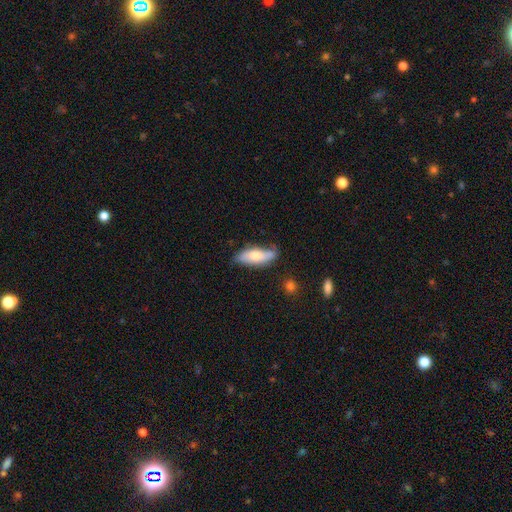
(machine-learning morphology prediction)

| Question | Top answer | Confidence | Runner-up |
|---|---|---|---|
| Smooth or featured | smooth | 63% | featured or disk (32%) |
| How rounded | in between | 62% | cigar-shaped (35%) |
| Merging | none | 63% | minor disturbance (27%) |